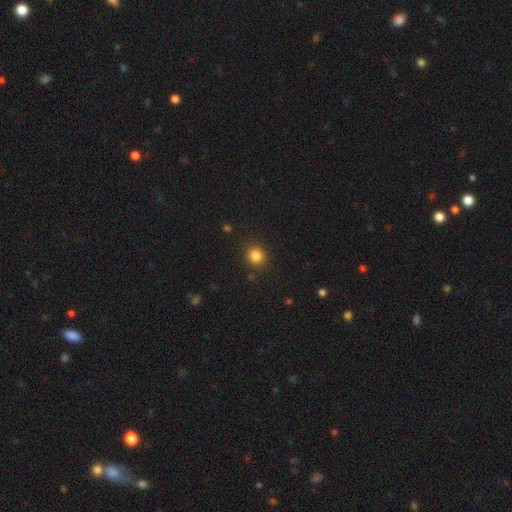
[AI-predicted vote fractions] Smooth or featured?
  - smooth: 84% *
  - star or artifact: 12%
  - featured or disk: 4%
How rounded?
  - round: 84% *
  - in between: 15%
  - cigar-shaped: 1%
Merging?
  - none: 88% *
  - minor disturbance: 8%
  - major disturbance: 3%
  - merger: 2%